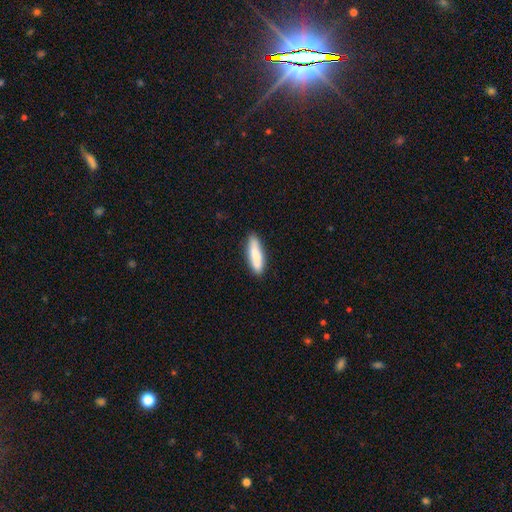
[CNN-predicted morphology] Overall: smooth (77%). How rounded: cigar-shaped (64%; in between 34%). Merging: none (84%).